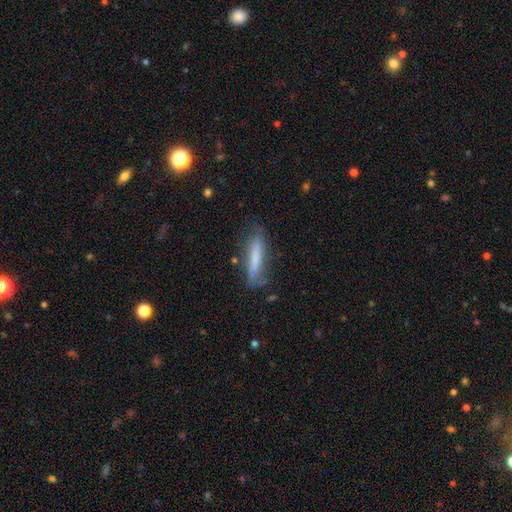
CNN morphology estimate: smooth-or-featured: smooth: 65% | featured or disk: 28% | star or artifact: 8%
  how-rounded: cigar-shaped: 85% | in between: 14% | round: 2%
  merging: none: 67% | minor disturbance: 22% | major disturbance: 8% | merger: 3%